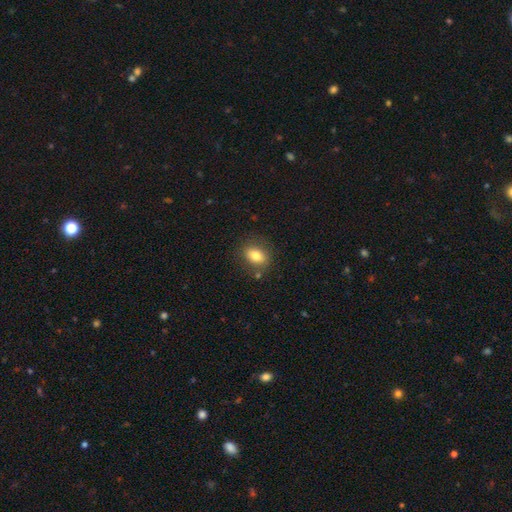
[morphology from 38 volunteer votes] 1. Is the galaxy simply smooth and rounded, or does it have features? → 82% smooth, 13% featured or disk, 5% star or artifact.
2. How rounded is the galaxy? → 74% in between, 19% round, 6% cigar-shaped.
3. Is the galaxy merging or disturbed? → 72% none, 22% minor disturbance, 6% merger, 0% major disturbance.